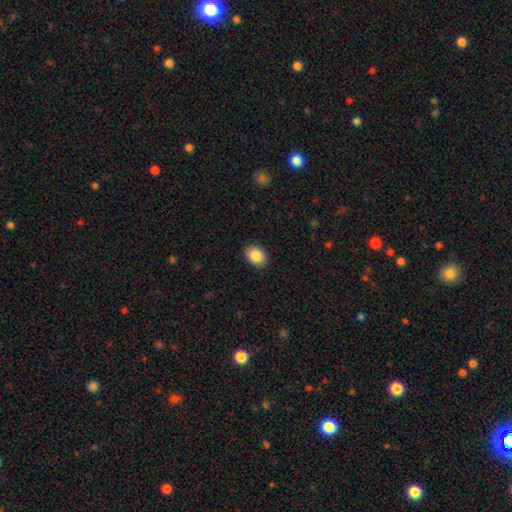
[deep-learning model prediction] smooth-or-featured: smooth: 88% | star or artifact: 7% | featured or disk: 5%
  how-rounded: in between: 69% | round: 30% | cigar-shaped: 1%
  merging: none: 89% | minor disturbance: 8% | major disturbance: 2% | merger: 1%